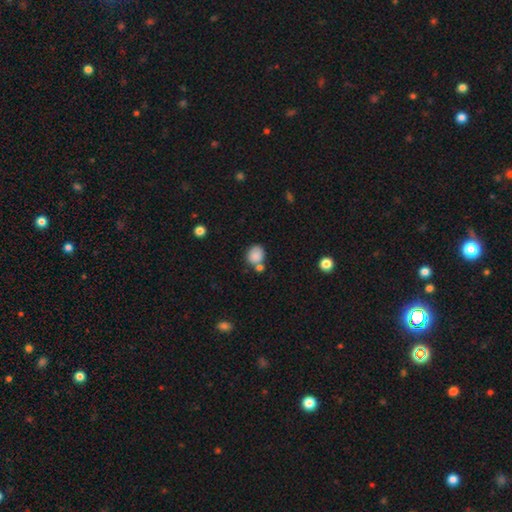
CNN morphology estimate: This is clearly a smooth galaxy (85%). How rounded: likely round (63%). Merging: likely none (60%).